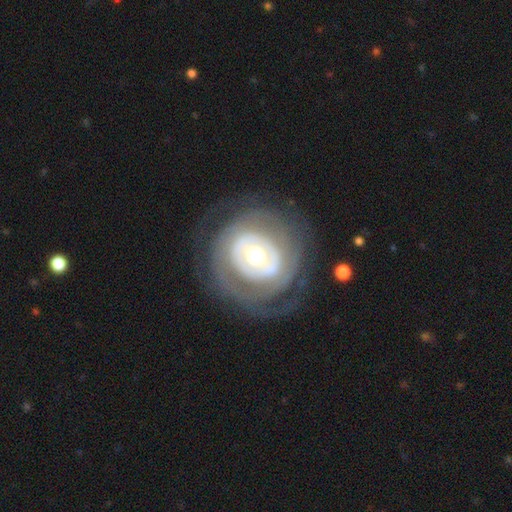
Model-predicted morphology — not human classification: The model was most divided on "spiral arms": no: 56%, yes: 44%. More confident: edge-on disk — no (96%); merging — none (74%); smooth or featured — featured or disk (72%); bulge size — moderate (68%); bar — no (67%).